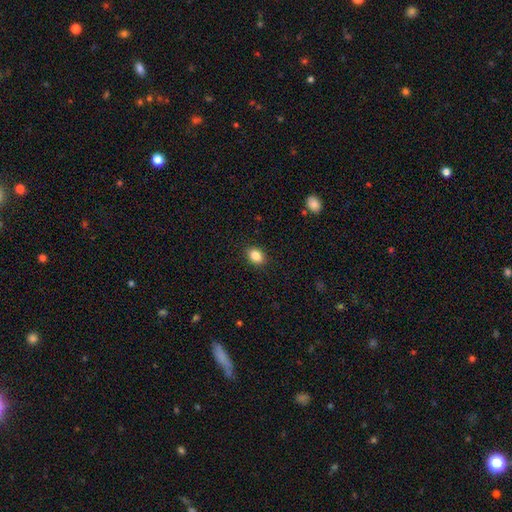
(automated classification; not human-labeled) Q: Smooth or featured?
A: smooth (87%); runner-up: star or artifact (9%)
Q: How rounded?
A: in between (72%); runner-up: round (27%)
Q: Merging?
A: none (89%); runner-up: minor disturbance (8%)